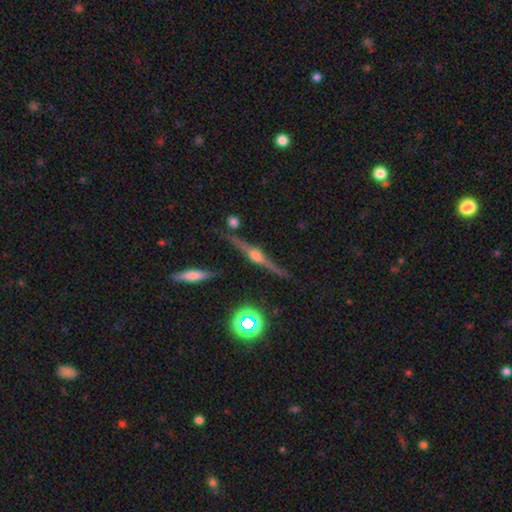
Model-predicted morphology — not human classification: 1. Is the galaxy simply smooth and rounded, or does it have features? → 83% featured or disk, 9% star or artifact, 9% smooth.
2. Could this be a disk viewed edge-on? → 98% yes, 2% no.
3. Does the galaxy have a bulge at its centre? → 91% rounded, 6% boxy, 2% none.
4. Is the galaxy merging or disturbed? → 85% none, 9% minor disturbance, 3% merger, 2% major disturbance.